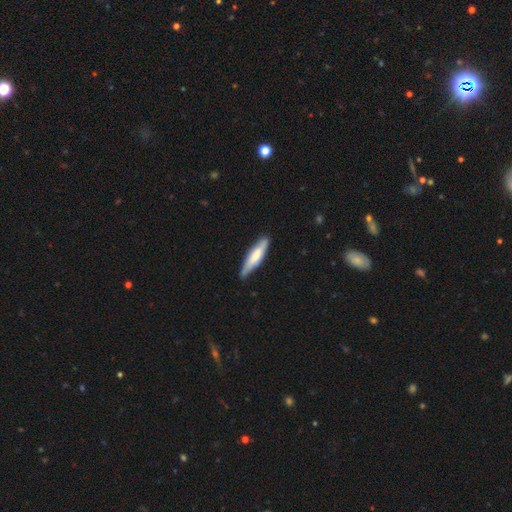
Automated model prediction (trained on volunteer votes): Smooth or featured: smooth — 58% (featured or disk — 37%)
How rounded: cigar-shaped — 75% (in between — 24%)
Merging: none — 77% (minor disturbance — 19%)